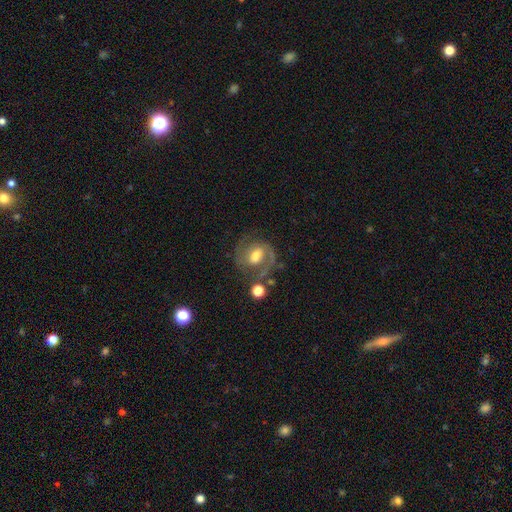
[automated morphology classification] Overall: featured or disk (79%). Edge-on disk: no (97%). Bar: weak (53%; no 26%). Spiral arms: yes (93%). Spiral arm count: 2 (85%). Spiral winding: medium (56%; tight 27%). Bulge size: moderate (57%; large 21%). Merging: none (64%).